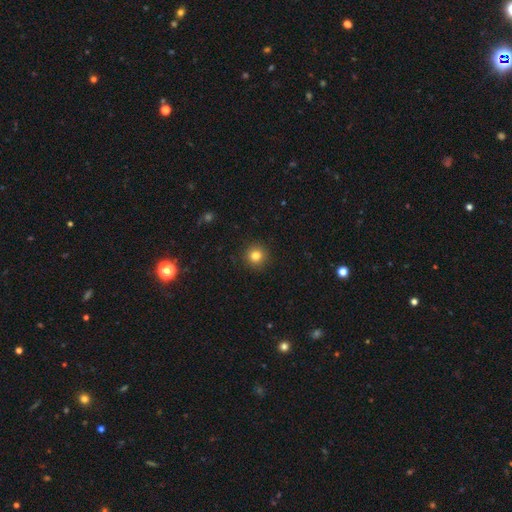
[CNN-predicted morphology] A smooth galaxy with no disk features (82%) that is round (94%). Merging: none (92%).